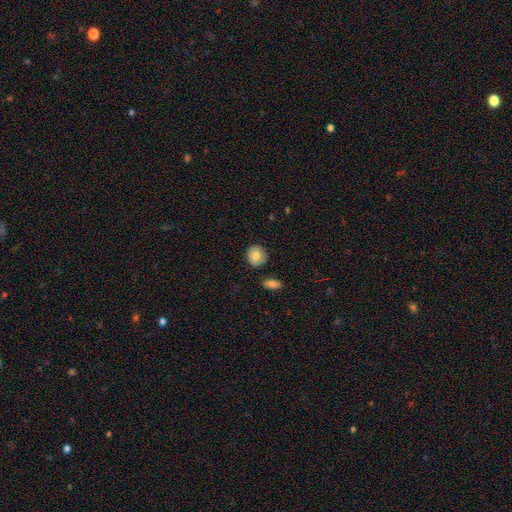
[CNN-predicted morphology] Smooth or featured: smooth — 79% (featured or disk — 14%)
How rounded: round — 85% (in between — 14%)
Merging: none — 83% (minor disturbance — 11%)